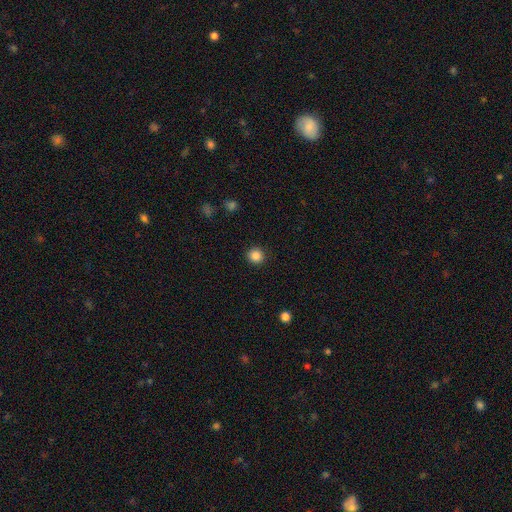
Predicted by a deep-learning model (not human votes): This appears to be a smooth galaxy with no disk features (85%) that is round (94%). Merging: none (92%).